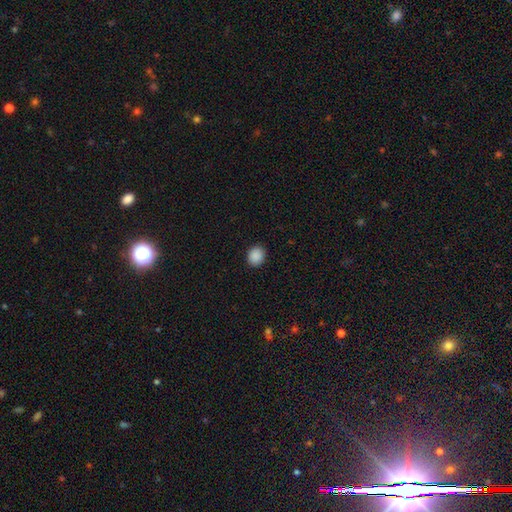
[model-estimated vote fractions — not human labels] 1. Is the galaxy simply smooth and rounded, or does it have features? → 89% smooth, 8% star or artifact, 2% featured or disk.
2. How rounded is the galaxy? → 66% round, 33% in between, 1% cigar-shaped.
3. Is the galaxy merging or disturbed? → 91% none, 6% minor disturbance, 2% major disturbance, 1% merger.